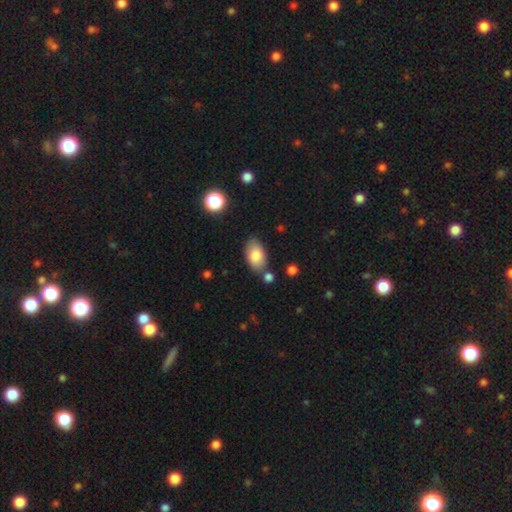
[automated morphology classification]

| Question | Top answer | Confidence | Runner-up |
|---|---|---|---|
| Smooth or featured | smooth | 83% | featured or disk (11%) |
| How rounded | in between | 94% | round (5%) |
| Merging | none | 76% | minor disturbance (14%) |